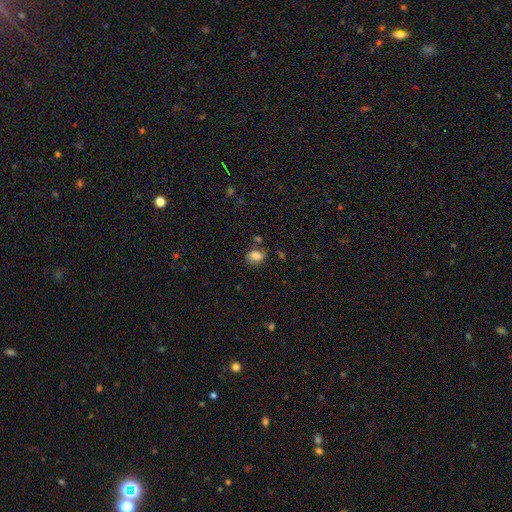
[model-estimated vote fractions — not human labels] Smooth or featured? smooth (80%)
How rounded? in between (71%)
Merging? none (67%)